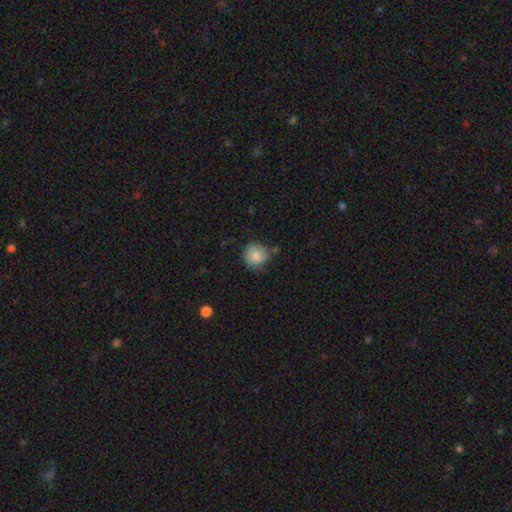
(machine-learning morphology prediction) This is clearly a smooth galaxy (83%). How rounded: clearly round (88%). Merging: likely none (69%).